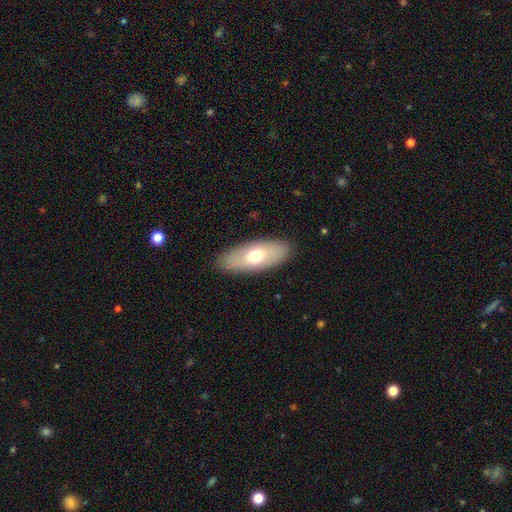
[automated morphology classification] smooth_or_featured: smooth (p=0.66) [alt: featured or disk p=0.28]
how_rounded: in between (p=0.85) [alt: cigar-shaped p=0.13]
merging: none (p=0.87) [alt: minor disturbance p=0.09]